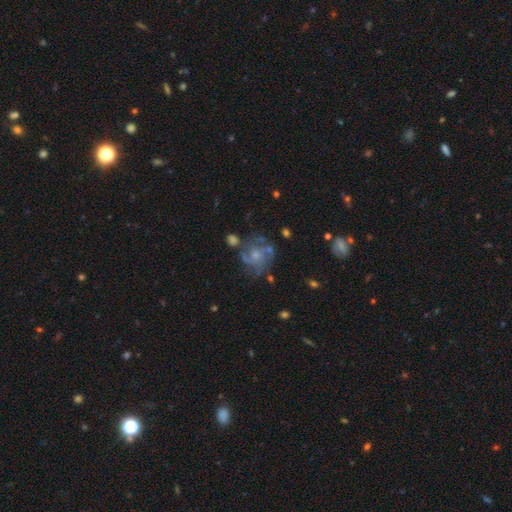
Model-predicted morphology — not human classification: This appears to be a featured or disk galaxy (66%) with no bar (79%), spiral arms (74%) and a small central bulge (44%). Merging: none (53%).